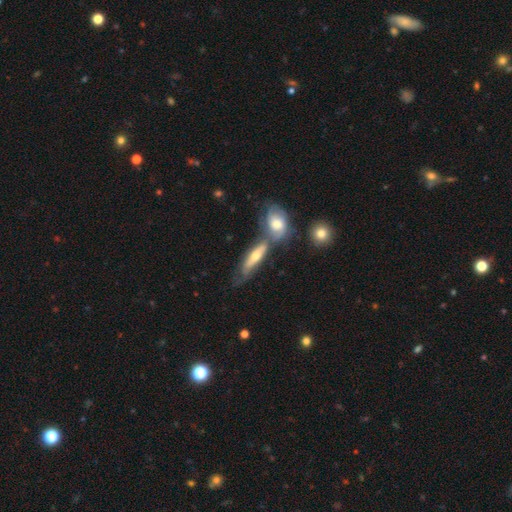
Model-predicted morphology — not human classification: A featured or disk galaxy (52%).

Vote fractions:
- Smooth or featured? featured or disk: 52% / smooth: 41% / star or artifact: 6%
- Edge-on disk? no: 52% / yes: 48%
- Merging? merger: 41% / none: 36% / minor disturbance: 16% / major disturbance: 7%